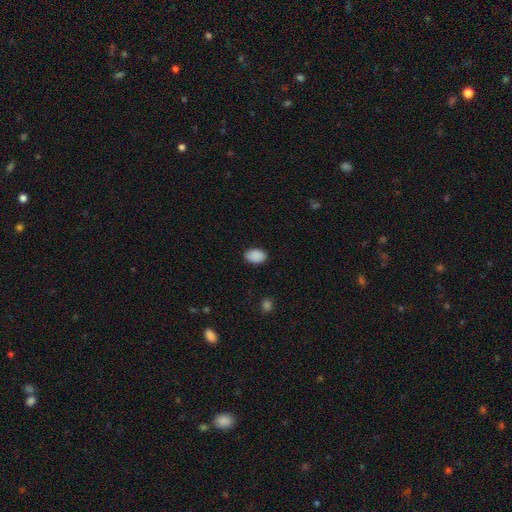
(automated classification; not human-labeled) This is clearly a smooth galaxy (90%). How rounded: clearly in between (88%). Merging: clearly none (88%).